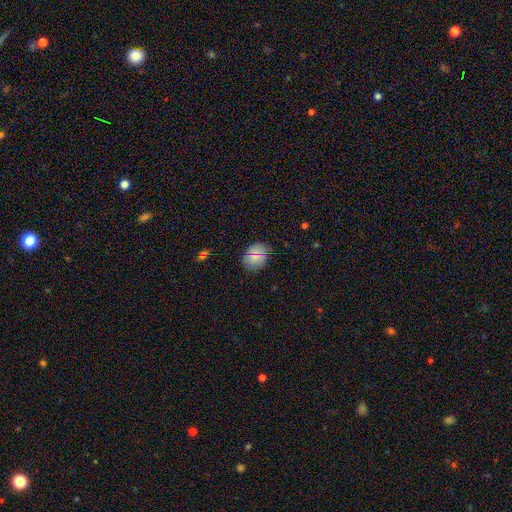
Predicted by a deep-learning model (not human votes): Smooth or featured: smooth — 74% (star or artifact — 17%)
How rounded: in between — 50% (round — 48%)
Merging: none — 83% (minor disturbance — 12%)